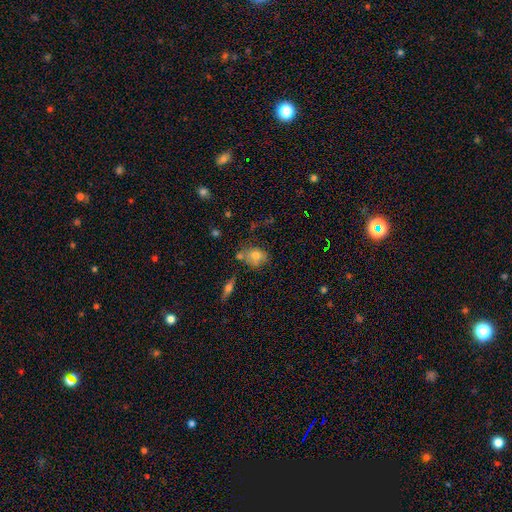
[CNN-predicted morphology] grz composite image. It shows a smooth galaxy with no disk features (72%) that is in between round and cigar-shaped (52%). Merging: none (56%).